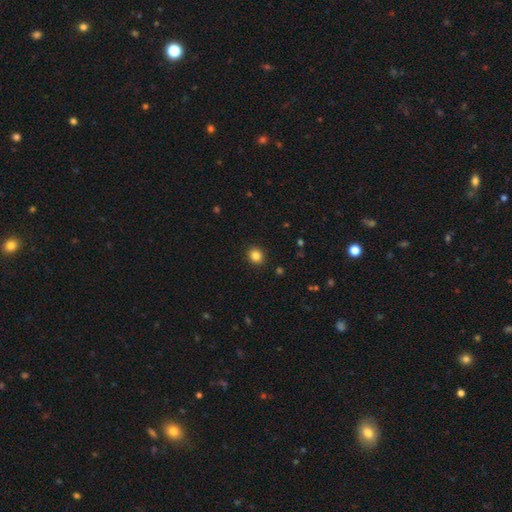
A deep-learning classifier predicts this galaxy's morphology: This appears to be a smooth galaxy with no disk features (85%) that is round (76%). Merging: none (91%).